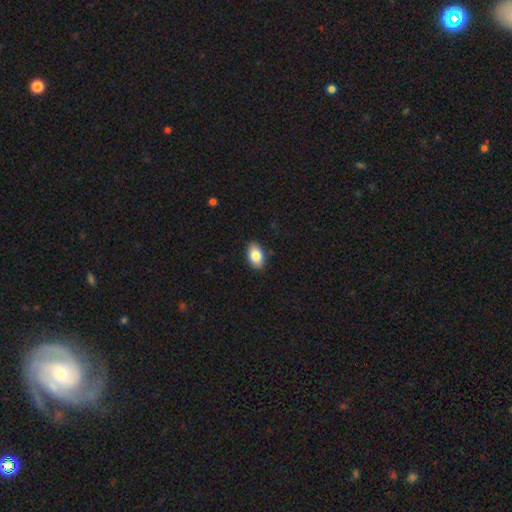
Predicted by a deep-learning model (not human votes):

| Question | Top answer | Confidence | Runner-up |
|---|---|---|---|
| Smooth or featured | smooth | 85% | featured or disk (8%) |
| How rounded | in between | 92% | round (6%) |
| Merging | none | 88% | minor disturbance (9%) |